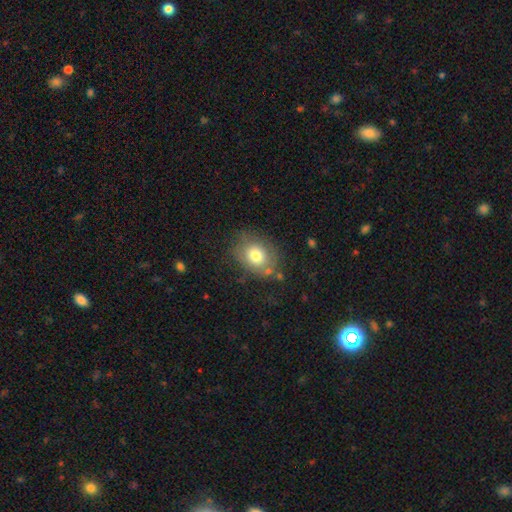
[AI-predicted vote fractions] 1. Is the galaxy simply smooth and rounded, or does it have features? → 75% smooth, 15% featured or disk, 9% star or artifact.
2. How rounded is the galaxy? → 51% in between, 48% round, 1% cigar-shaped.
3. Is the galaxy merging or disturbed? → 69% none, 19% minor disturbance, 7% major disturbance, 4% merger.